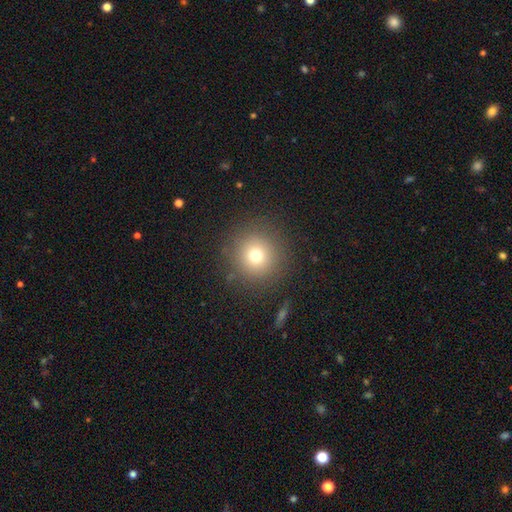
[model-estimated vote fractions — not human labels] smooth-or-featured: smooth: 73% | star or artifact: 16% | featured or disk: 11%
  how-rounded: round: 94% | in between: 5% | cigar-shaped: 1%
  merging: none: 88% | minor disturbance: 7% | major disturbance: 4% | merger: 1%